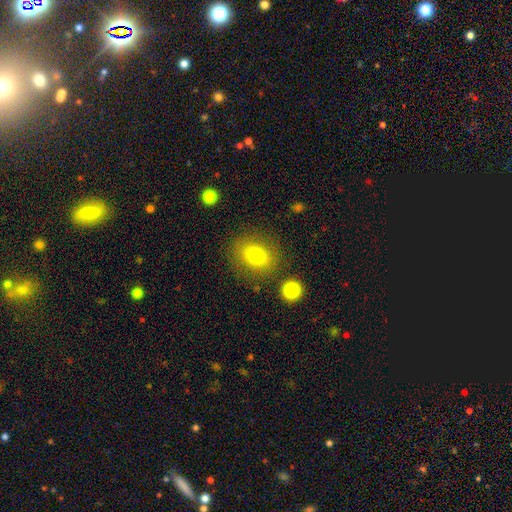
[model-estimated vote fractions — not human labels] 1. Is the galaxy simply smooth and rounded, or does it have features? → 77% smooth, 12% featured or disk, 11% star or artifact.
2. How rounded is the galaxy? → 52% round, 47% in between, 1% cigar-shaped.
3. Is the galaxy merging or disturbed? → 81% none, 11% minor disturbance, 4% major disturbance, 3% merger.